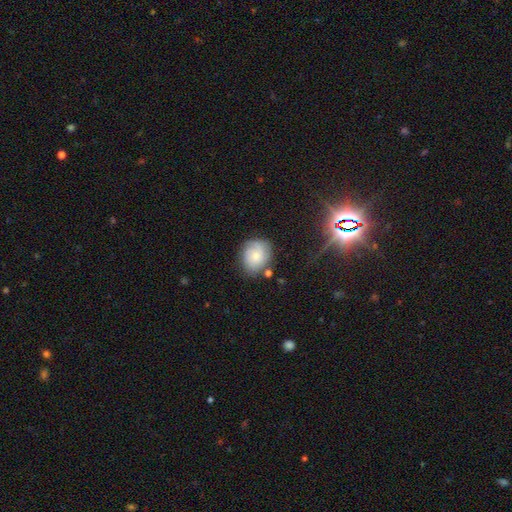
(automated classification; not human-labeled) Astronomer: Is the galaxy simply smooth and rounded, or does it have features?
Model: smooth — 60%.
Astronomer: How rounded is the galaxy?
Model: round — 63%.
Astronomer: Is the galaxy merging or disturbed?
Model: none — 67%.